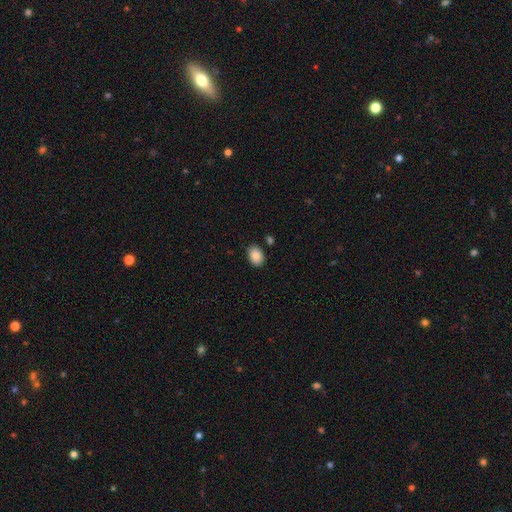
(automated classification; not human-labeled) Smooth or featured?
  - smooth: 88% *
  - star or artifact: 7%
  - featured or disk: 5%
How rounded?
  - in between: 82% *
  - round: 17%
  - cigar-shaped: 1%
Merging?
  - none: 85% *
  - minor disturbance: 10%
  - merger: 3%
  - major disturbance: 2%